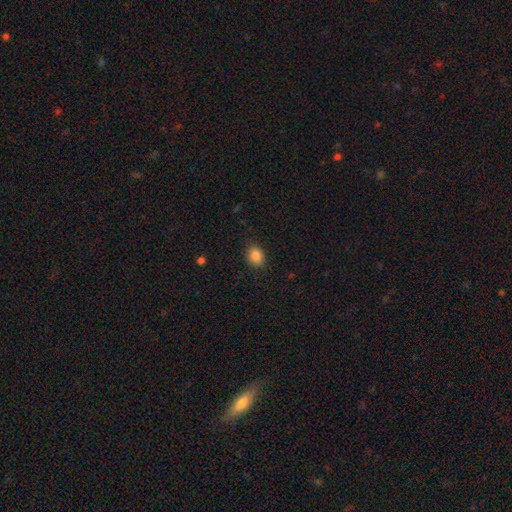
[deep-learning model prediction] smooth-or-featured: smooth: 86% | star or artifact: 10% | featured or disk: 4%
  how-rounded: round: 50% | in between: 49% | cigar-shaped: 1%
  merging: none: 88% | minor disturbance: 9% | major disturbance: 2% | merger: 1%